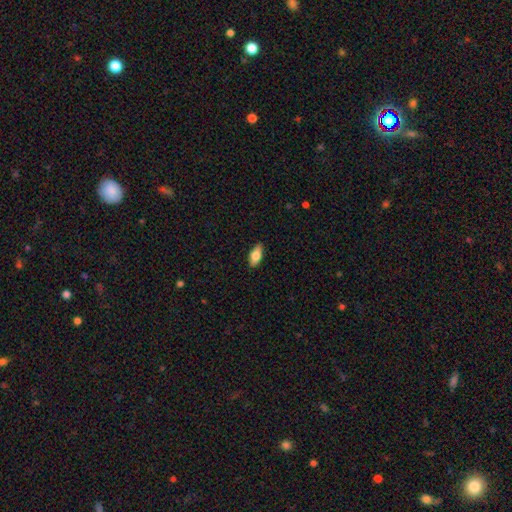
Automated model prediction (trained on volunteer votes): This appears to be a smooth galaxy with no disk features (73%) that is in between round and cigar-shaped (83%). Merging: none (87%).